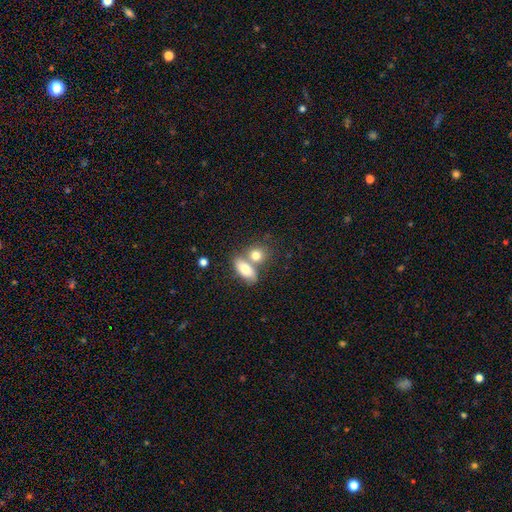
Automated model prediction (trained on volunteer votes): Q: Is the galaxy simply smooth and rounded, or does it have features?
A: smooth — 78%.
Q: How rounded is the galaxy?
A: in between — 56%.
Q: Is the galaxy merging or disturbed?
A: merger — 49%.